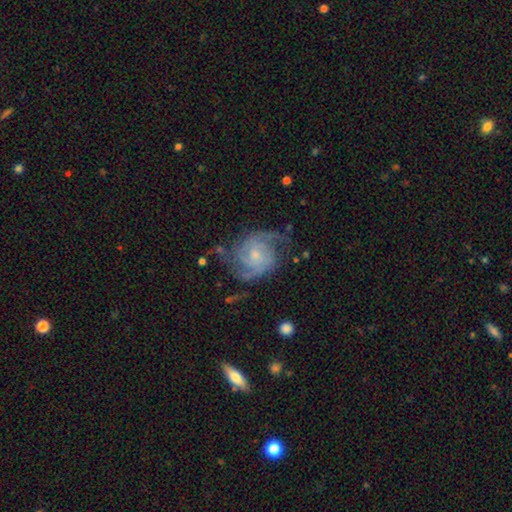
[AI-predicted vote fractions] smooth_or_featured: featured or disk (p=0.88) [alt: smooth p=0.06]
disk_edge_on: no (p=0.98) [alt: yes p=0.02]
bar: no (p=0.64) [alt: weak p=0.31]
has_spiral_arms: yes (p=0.97) [alt: no p=0.03]
spiral_winding: medium (p=0.46) [alt: tight p=0.40]
spiral_arm_count: 2 (p=0.59) [alt: 3 p=0.16]
bulge_size: small (p=0.62) [alt: moderate p=0.29]
merging: none (p=0.69) [alt: minor disturbance p=0.19]